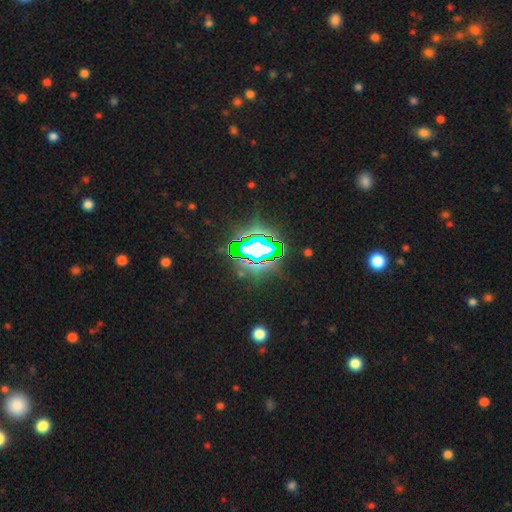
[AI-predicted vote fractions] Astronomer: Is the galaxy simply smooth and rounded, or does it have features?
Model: star or artifact — 75%.